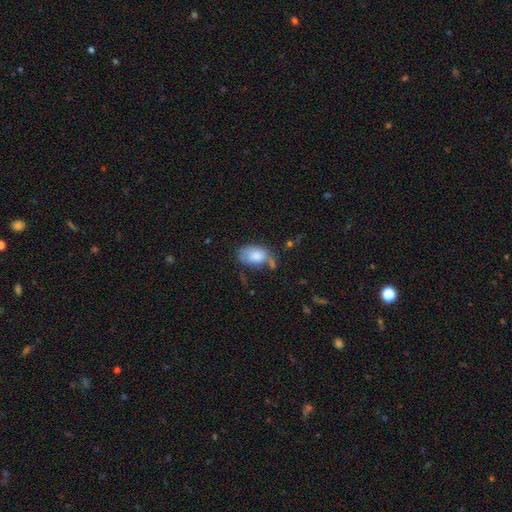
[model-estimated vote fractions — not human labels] A smooth galaxy with no disk features (79%) that is in between round and cigar-shaped (88%).

Vote fractions:
- Smooth or featured? smooth: 79% / featured or disk: 14% / star or artifact: 7%
- How rounded? in between: 88% / round: 10% / cigar-shaped: 1%
- Merging? none: 42% / minor disturbance: 30% / major disturbance: 16% / merger: 13%